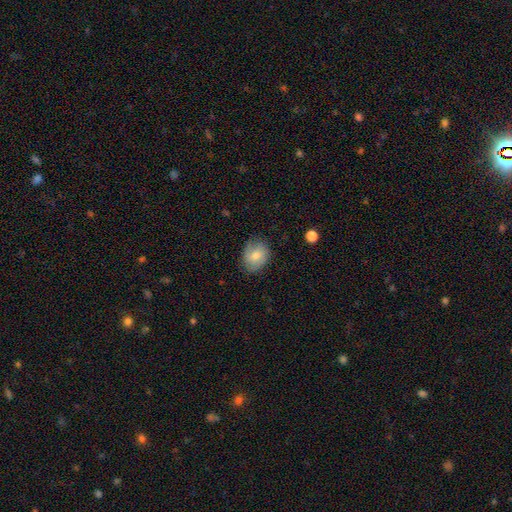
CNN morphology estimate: Smooth or featured: smooth — 67% (featured or disk — 25%)
How rounded: round — 50% (in between — 49%)
Merging: none — 76% (minor disturbance — 19%)